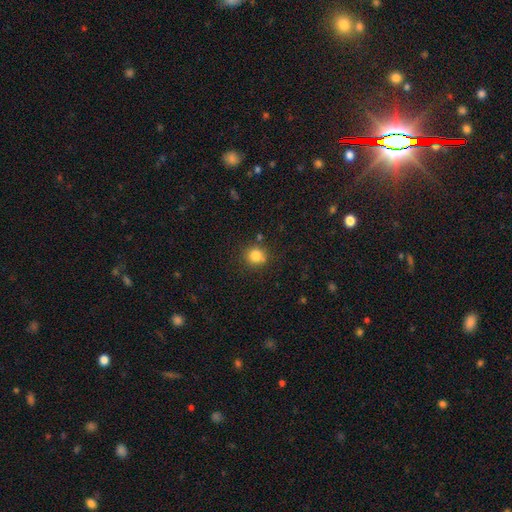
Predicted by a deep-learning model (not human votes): Morphology: type=smooth (82%); roundness=round (90%); merging=none (79%).